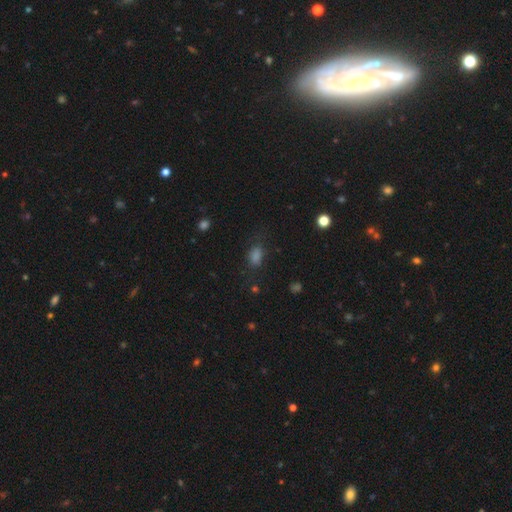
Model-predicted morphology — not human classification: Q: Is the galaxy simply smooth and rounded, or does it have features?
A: smooth — 69%.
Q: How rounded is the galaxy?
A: in between — 79%.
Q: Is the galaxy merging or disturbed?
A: none — 66%.